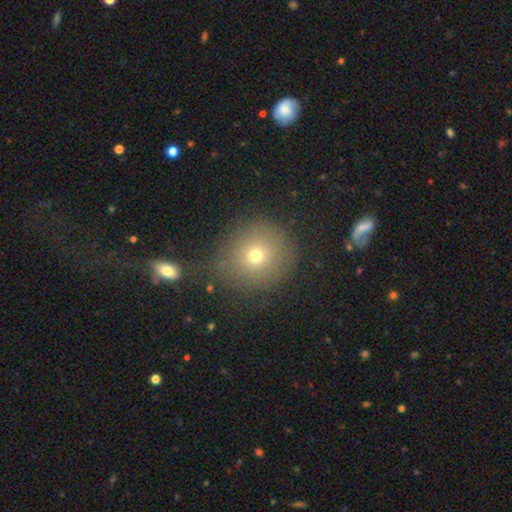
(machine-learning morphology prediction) A smooth galaxy with no disk features (69%) that is round (89%).

Vote fractions:
- Smooth or featured? smooth: 69% / star or artifact: 18% / featured or disk: 13%
- How rounded? round: 89% / in between: 10% / cigar-shaped: 1%
- Merging? none: 78% / minor disturbance: 12% / major disturbance: 6% / merger: 4%